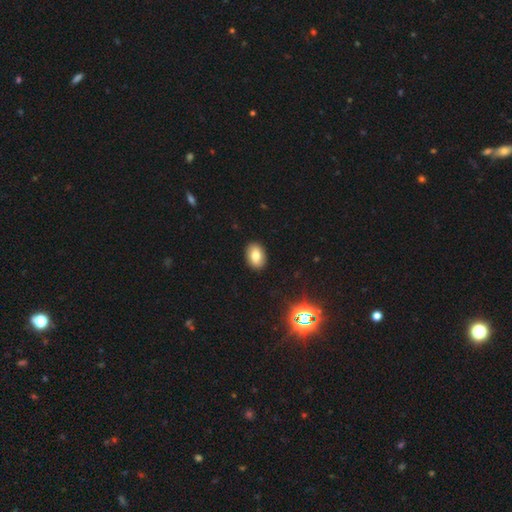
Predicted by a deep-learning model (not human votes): Smooth or featured? Predicted: smooth (p=0.78). How rounded? Predicted: in between (p=0.79). Merging? Predicted: none (p=0.91).